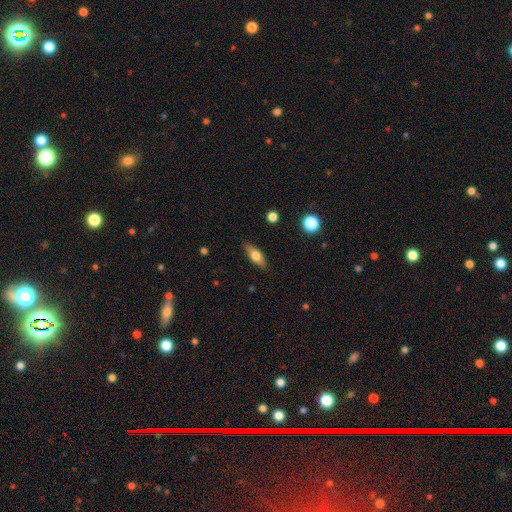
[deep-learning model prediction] This is likely a smooth galaxy (61%). How rounded: likely in between (63%). Merging: clearly none (86%).